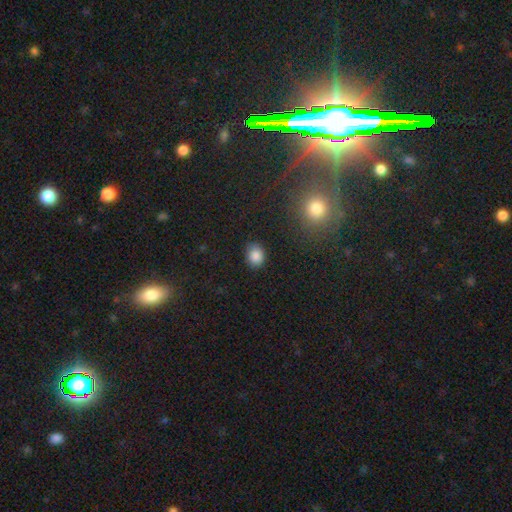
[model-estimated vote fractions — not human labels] This appears to be a smooth galaxy with no disk features (86%) that is round (52%). Merging: none (84%).